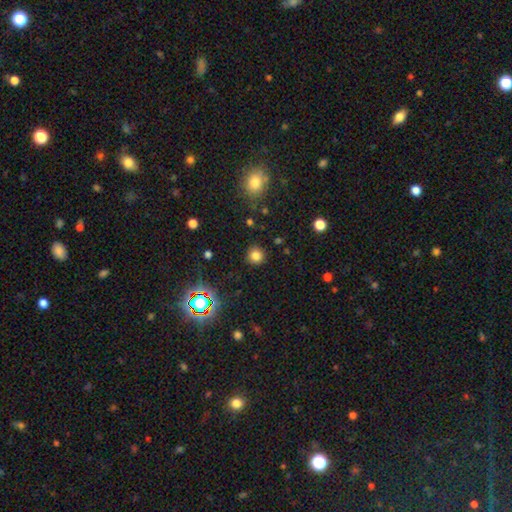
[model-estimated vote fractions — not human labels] Smooth or featured? smooth (78%)
How rounded? round (93%)
Merging? none (89%)